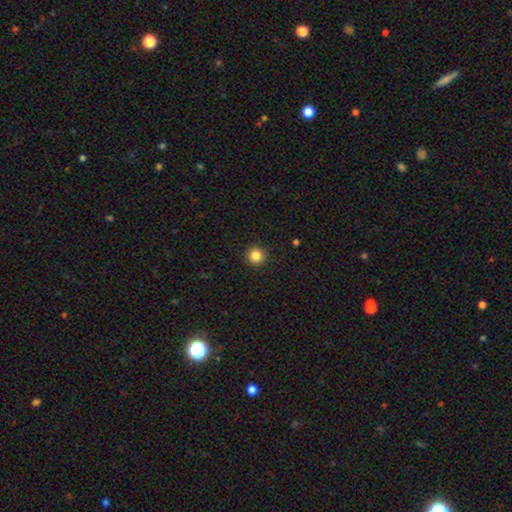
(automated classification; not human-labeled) This is clearly a smooth galaxy (84%). How rounded: clearly round (96%). Merging: clearly none (93%).